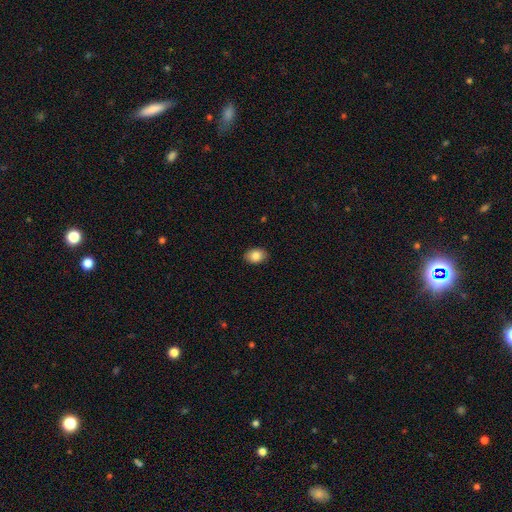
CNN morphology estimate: A smooth galaxy with no disk features (87%) that is in between round and cigar-shaped (75%).

Vote fractions:
- Smooth or featured? smooth: 87% / star or artifact: 8% / featured or disk: 6%
- How rounded? in between: 75% / round: 24% / cigar-shaped: 1%
- Merging? none: 88% / minor disturbance: 9% / major disturbance: 2% / merger: 1%